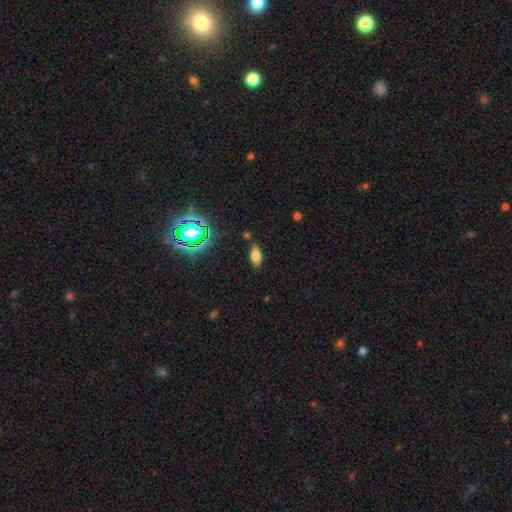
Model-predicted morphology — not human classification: Smooth or featured?
  - smooth: 66% *
  - featured or disk: 19%
  - star or artifact: 15%
How rounded?
  - in between: 83% *
  - cigar-shaped: 13%
  - round: 4%
Merging?
  - none: 80% *
  - minor disturbance: 13%
  - merger: 4%
  - major disturbance: 3%